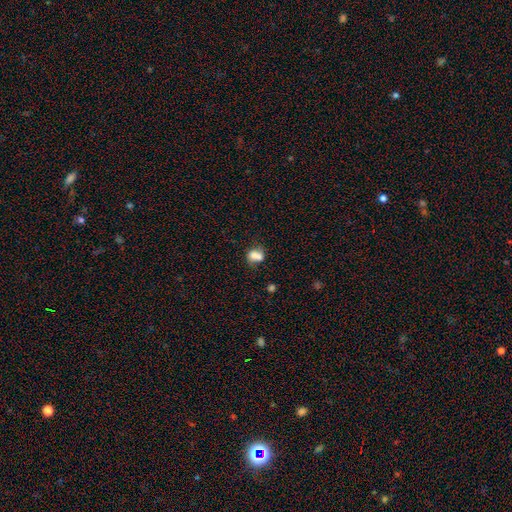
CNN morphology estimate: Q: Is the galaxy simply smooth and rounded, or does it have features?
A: smooth — 73%.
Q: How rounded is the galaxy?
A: round — 53%.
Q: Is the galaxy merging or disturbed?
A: merger — 46%.